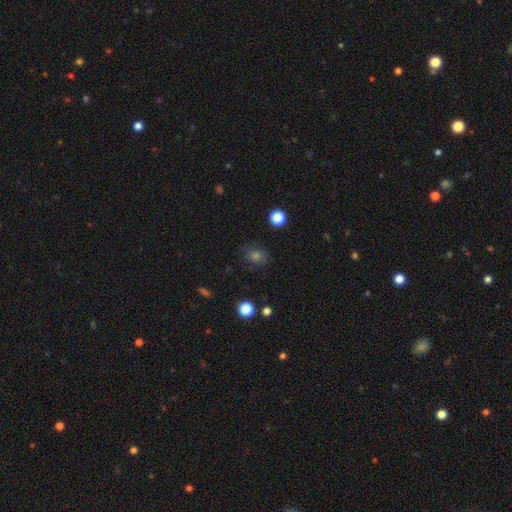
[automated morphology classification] This appears to be a smooth galaxy with no disk features (64%) that is round (70%). Merging: none (81%).